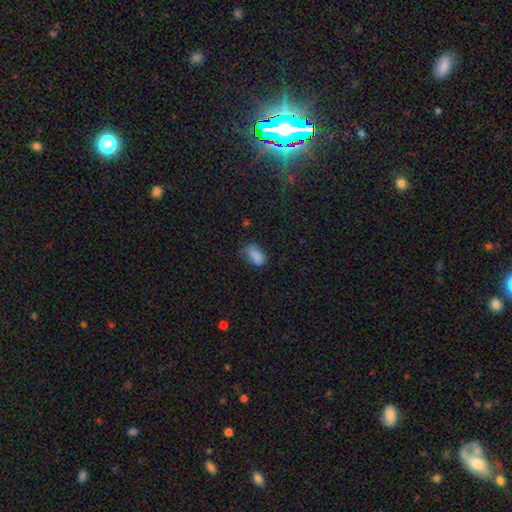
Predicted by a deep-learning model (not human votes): Q: Smooth or featured?
A: smooth (84%); runner-up: star or artifact (10%)
Q: How rounded?
A: in between (90%); runner-up: round (7%)
Q: Merging?
A: none (53%); runner-up: minor disturbance (33%)